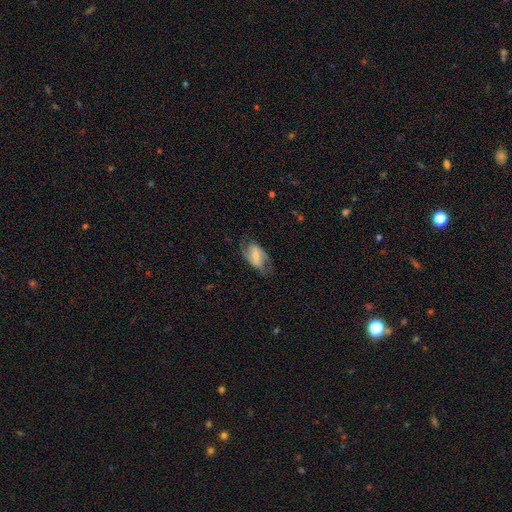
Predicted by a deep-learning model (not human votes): Smooth or featured? Predicted: featured or disk (p=0.73). Edge-on disk? Predicted: no (p=0.95). Bar? Predicted: strong (p=0.45). Spiral arms? Predicted: yes (p=0.89). Spiral winding? Predicted: medium (p=0.49). Spiral arm count? Predicted: 2 (p=0.87). Bulge size? Predicted: small (p=0.49). Merging? Predicted: none (p=0.70).